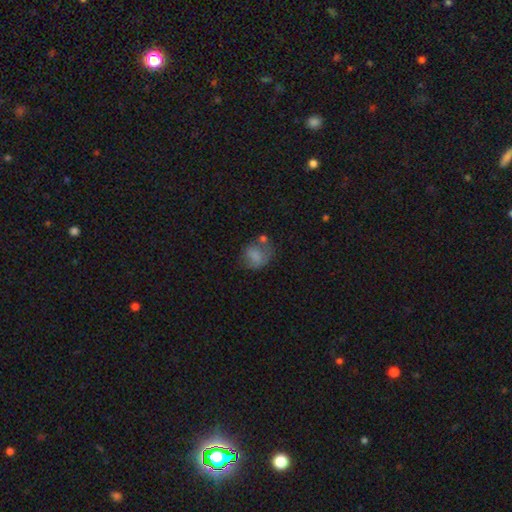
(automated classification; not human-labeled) smooth-or-featured: smooth: 68% | featured or disk: 20% | star or artifact: 12%
  how-rounded: round: 58% | in between: 41% | cigar-shaped: 1%
  merging: none: 41% | minor disturbance: 26% | major disturbance: 21% | merger: 12%